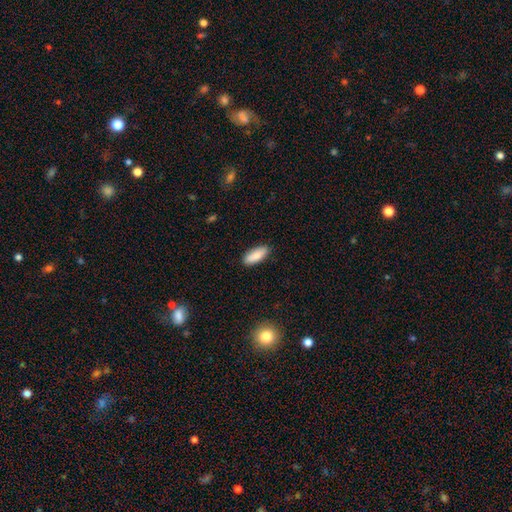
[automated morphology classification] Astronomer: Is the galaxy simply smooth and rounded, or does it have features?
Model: smooth — 86%.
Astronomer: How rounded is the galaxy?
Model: in between — 77%.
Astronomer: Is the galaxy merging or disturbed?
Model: none — 88%.